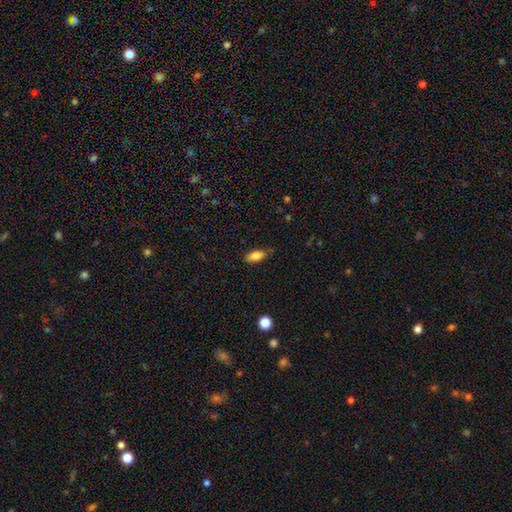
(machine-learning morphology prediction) smooth 82%, featured or disk 10%, star or artifact 8%. Down the decision tree: how rounded — in between (85%); merging — none (72%).